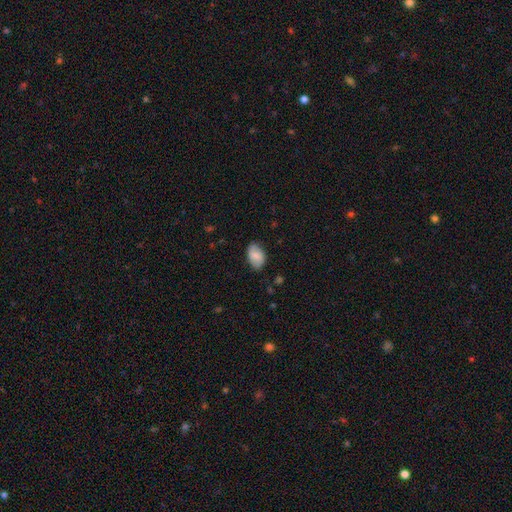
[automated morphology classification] type=smooth (76%); roundness=in between (90%); merging=none (77%).